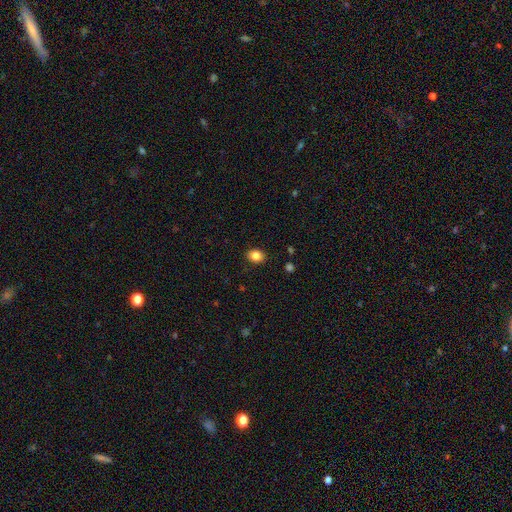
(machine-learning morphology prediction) smooth 85%, star or artifact 9%, featured or disk 6%. Down the decision tree: how rounded — in between (60%); merging — none (89%).